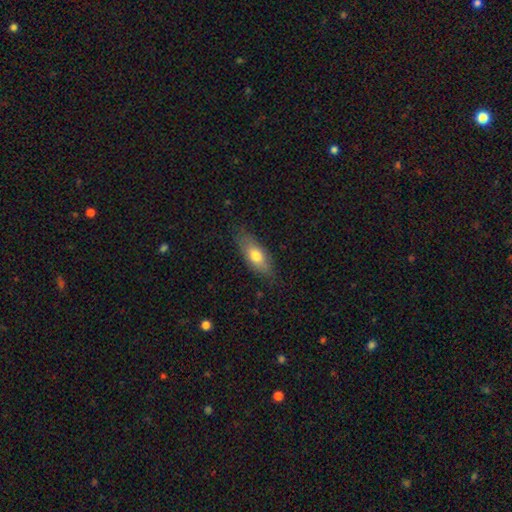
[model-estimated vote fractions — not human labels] Smooth or featured? smooth (71%)
How rounded? in between (75%)
Merging? none (76%)